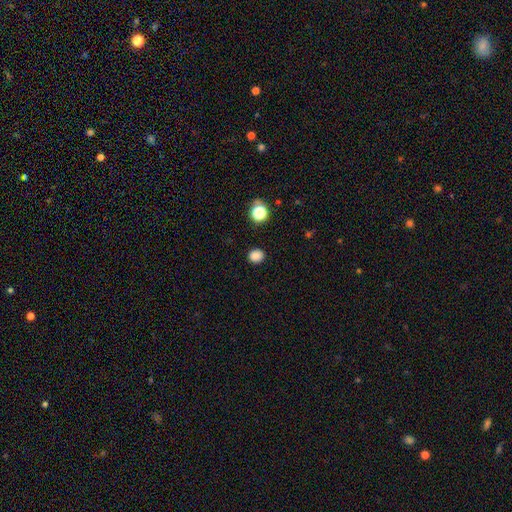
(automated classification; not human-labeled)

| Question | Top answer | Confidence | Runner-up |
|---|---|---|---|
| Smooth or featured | smooth | 85% | star or artifact (12%) |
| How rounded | round | 78% | in between (21%) |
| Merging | none | 90% | minor disturbance (6%) |